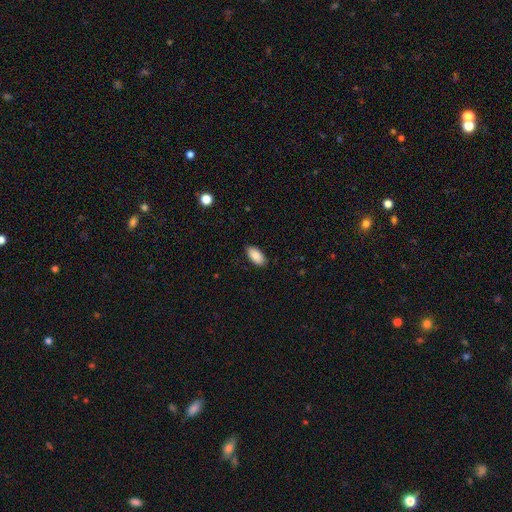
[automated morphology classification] smooth 88%, star or artifact 7%, featured or disk 5%. Down the decision tree: how rounded — in between (93%); merging — none (87%).